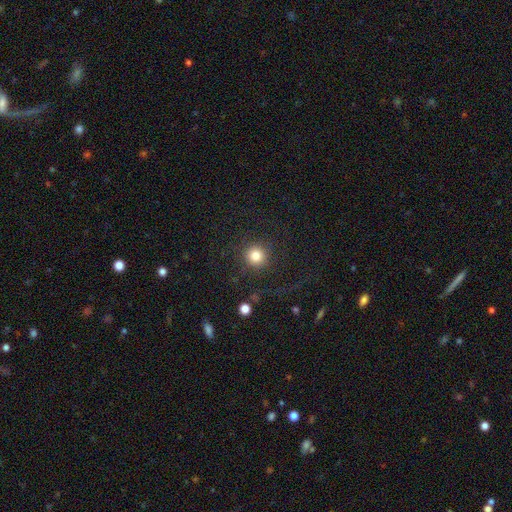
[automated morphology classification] Q: Smooth or featured?
A: smooth (82%); runner-up: star or artifact (11%)
Q: How rounded?
A: round (95%); runner-up: in between (4%)
Q: Merging?
A: none (85%); runner-up: minor disturbance (7%)